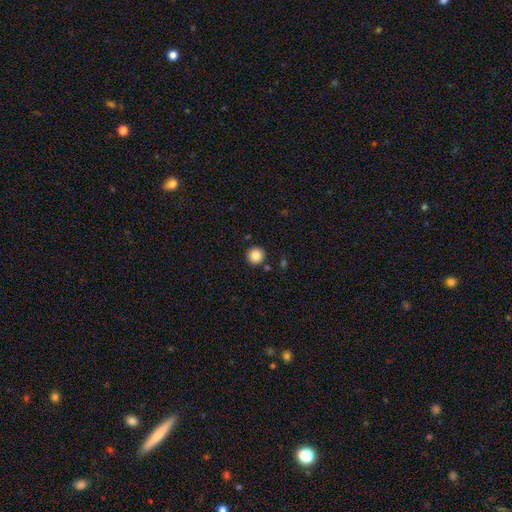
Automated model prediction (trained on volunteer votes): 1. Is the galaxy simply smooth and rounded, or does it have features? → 86% smooth, 10% star or artifact, 4% featured or disk.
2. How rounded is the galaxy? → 95% round, 4% in between, 1% cigar-shaped.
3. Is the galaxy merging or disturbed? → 89% none, 6% minor disturbance, 3% merger, 2% major disturbance.